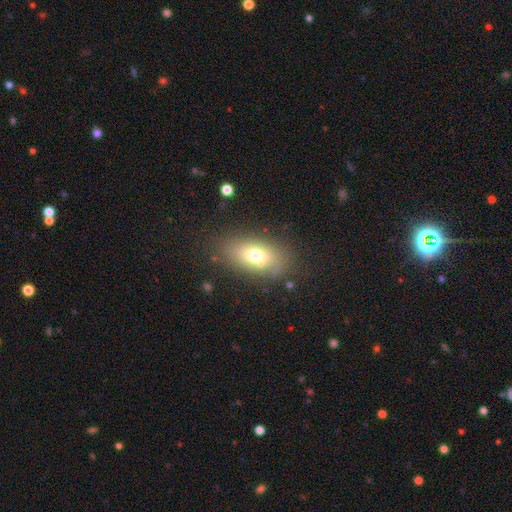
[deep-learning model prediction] Morphology: type=smooth (70%); roundness=in between (85%); merging=none (76%).